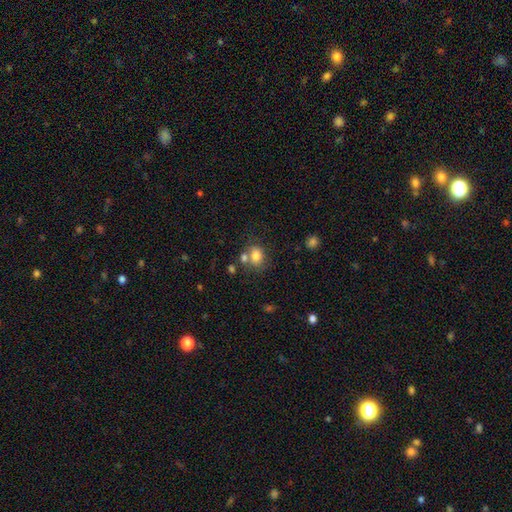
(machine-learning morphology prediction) This is likely a smooth galaxy (79%). How rounded: possibly in between (57%). Merging: possibly none (53%).